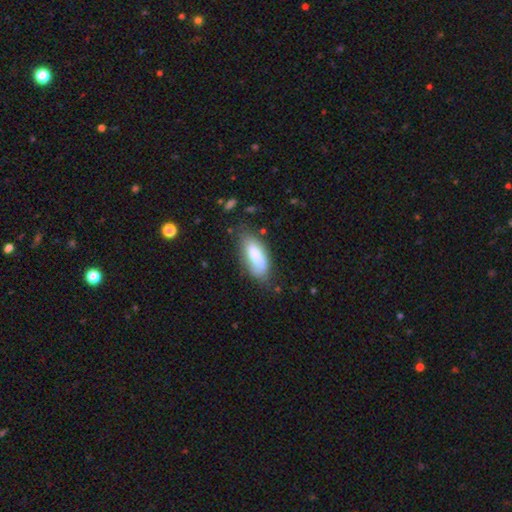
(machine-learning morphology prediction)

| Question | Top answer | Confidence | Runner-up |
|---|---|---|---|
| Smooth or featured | smooth | 73% | featured or disk (21%) |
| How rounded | in between | 82% | cigar-shaped (15%) |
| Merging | none | 66% | minor disturbance (25%) |